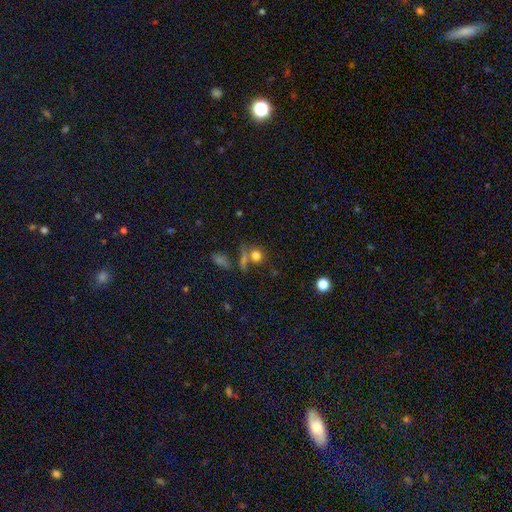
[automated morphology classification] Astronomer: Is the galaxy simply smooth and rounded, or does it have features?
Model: smooth — 75%.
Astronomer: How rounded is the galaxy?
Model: round — 79%.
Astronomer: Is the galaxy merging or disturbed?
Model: none — 55%.